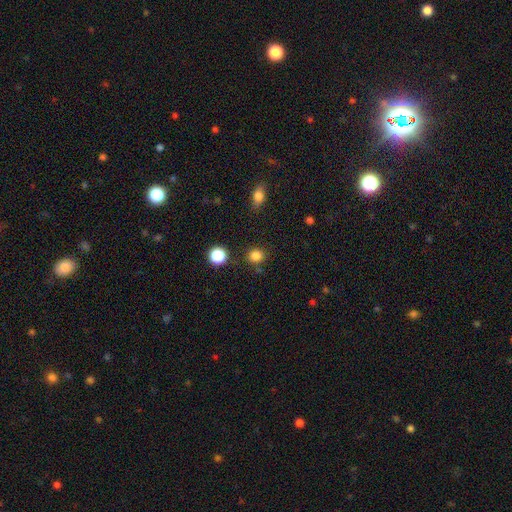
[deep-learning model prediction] smooth 83%, star or artifact 13%, featured or disk 4%. Down the decision tree: how rounded — round (85%); merging — none (84%).